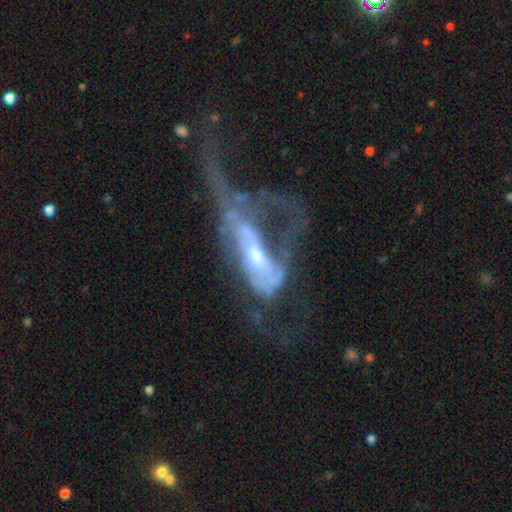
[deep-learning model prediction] smooth-or-featured: featured or disk: 73% | smooth: 17% | star or artifact: 10%
  disk-edge-on: no: 86% | yes: 14%
    bar: no: 44% | weak: 33% | strong: 23%
    has-spiral-arms: yes: 59% | no: 41%
    bulge-size: moderate: 47% | small: 37% | large: 7% | none: 7% | dominant: 2%
  merging: major disturbance: 61% | merger: 16% | none: 14% | minor disturbance: 9%